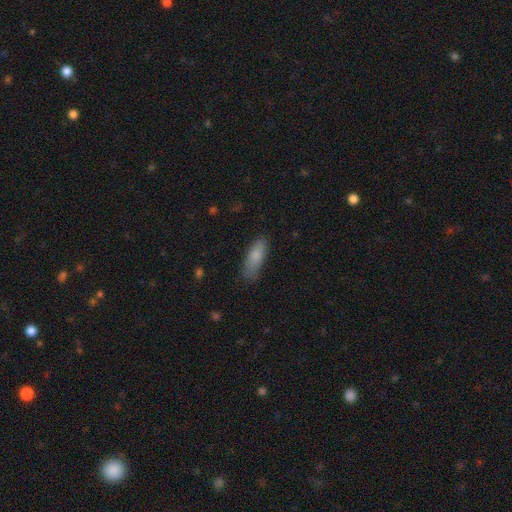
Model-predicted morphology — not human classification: A smooth galaxy with no disk features (82%) that is in between round and cigar-shaped (61%). Merging: none (73%).